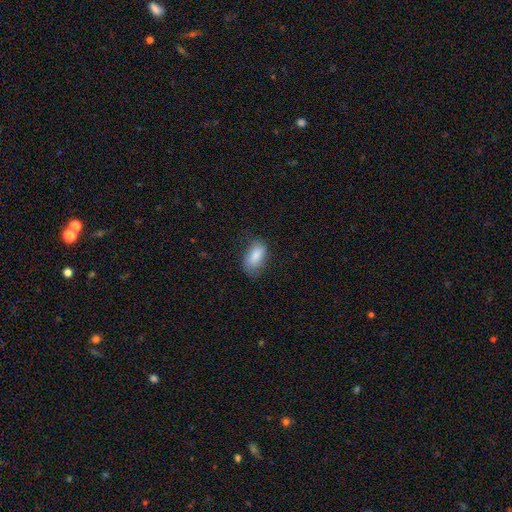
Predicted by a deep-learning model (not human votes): Smooth or featured: smooth — 85% (featured or disk — 9%)
How rounded: in between — 91% (round — 4%)
Merging: none — 67% (minor disturbance — 24%)